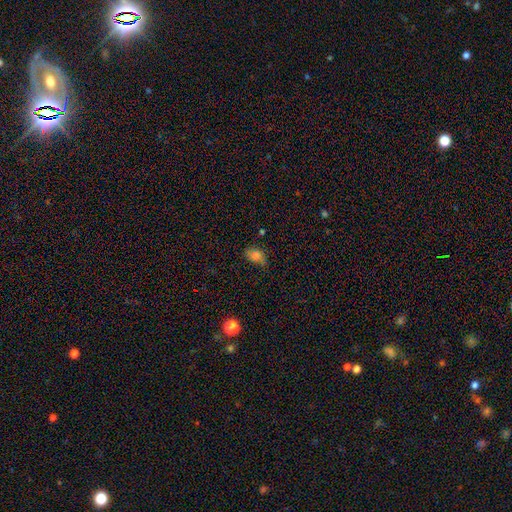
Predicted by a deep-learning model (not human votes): smooth-or-featured: smooth: 80% | star or artifact: 13% | featured or disk: 7%
  how-rounded: in between: 78% | round: 20% | cigar-shaped: 2%
  merging: none: 59% | minor disturbance: 31% | major disturbance: 7% | merger: 3%